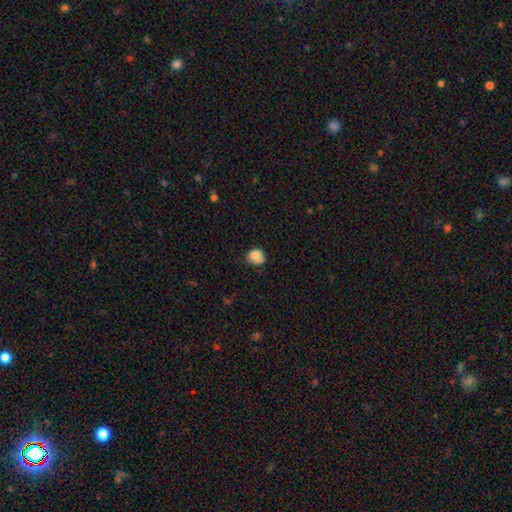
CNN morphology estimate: Q: Smooth or featured?
A: smooth (81%); runner-up: featured or disk (10%)
Q: How rounded?
A: round (70%); runner-up: in between (30%)
Q: Merging?
A: none (53%); runner-up: minor disturbance (32%)